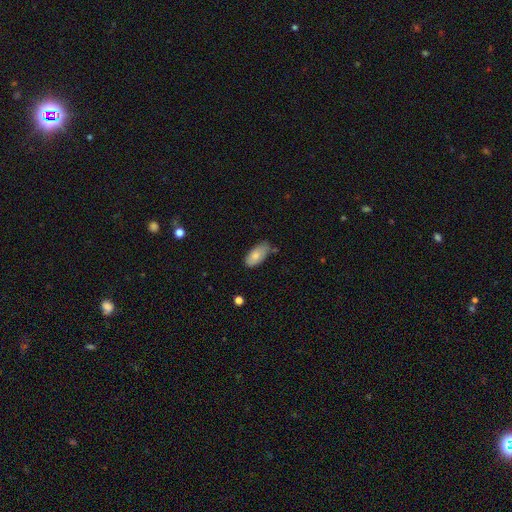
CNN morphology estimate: Overall: smooth (81%). How rounded: in between (92%). Merging: none (63%; minor disturbance 29%).